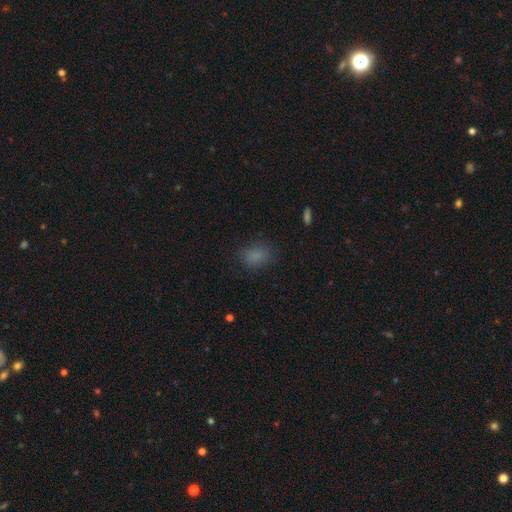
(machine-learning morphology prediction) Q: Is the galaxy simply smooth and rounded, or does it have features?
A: smooth — 81%.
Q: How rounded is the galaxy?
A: in between — 69%.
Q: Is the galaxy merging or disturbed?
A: none — 79%.